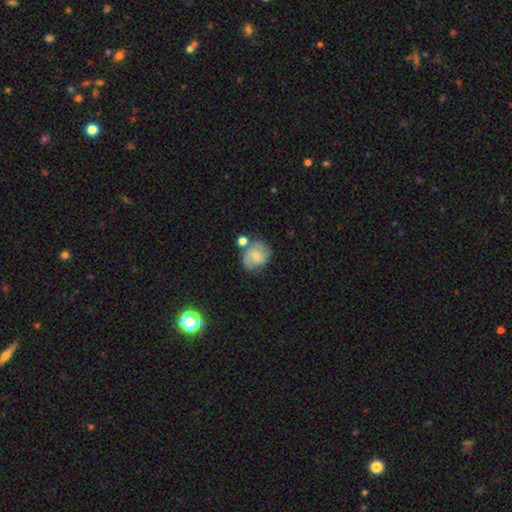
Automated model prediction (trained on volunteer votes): smooth 49%, featured or disk 42%, star or artifact 9%. Down the decision tree: merging — none (49%).